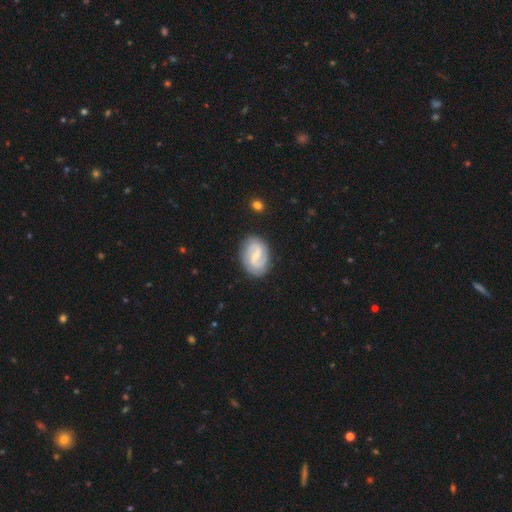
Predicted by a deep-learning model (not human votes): smooth_or_featured: featured or disk (p=0.80) [alt: smooth p=0.15]
disk_edge_on: no (p=0.98) [alt: yes p=0.02]
bar: weak (p=0.56) [alt: no p=0.23]
has_spiral_arms: yes (p=0.95) [alt: no p=0.05]
spiral_winding: medium (p=0.45) [alt: tight p=0.32]
spiral_arm_count: 2 (p=0.82) [alt: can't tell p=0.08]
bulge_size: small (p=0.66) [alt: moderate p=0.22]
merging: none (p=0.82) [alt: minor disturbance p=0.13]